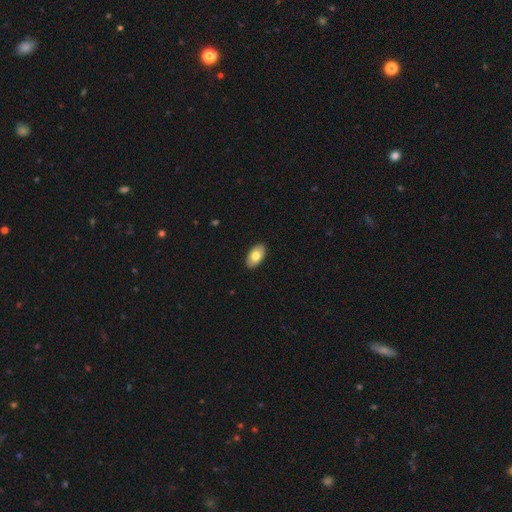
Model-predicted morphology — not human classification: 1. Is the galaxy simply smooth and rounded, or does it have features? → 74% smooth, 20% featured or disk, 6% star or artifact.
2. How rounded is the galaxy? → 94% in between, 4% round, 2% cigar-shaped.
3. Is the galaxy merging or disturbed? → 90% none, 8% minor disturbance, 2% major disturbance, 1% merger.